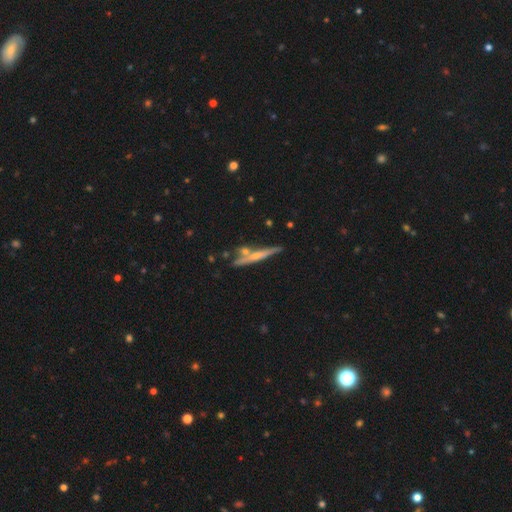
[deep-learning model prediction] This is possibly a featured or disk galaxy (56%). It is clearly viewed edge-on (95%). Edge-on bulge: possibly none (48%). Merging: likely none (71%).